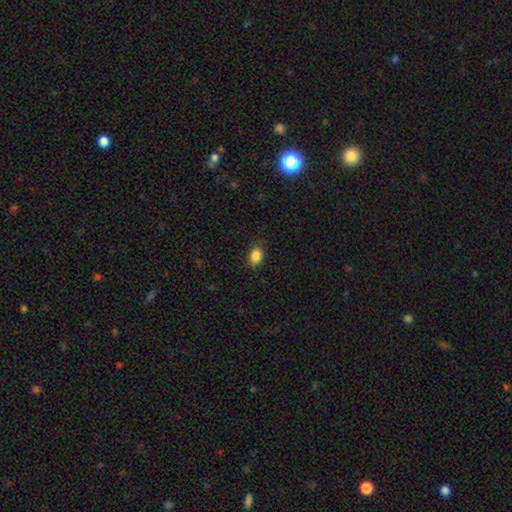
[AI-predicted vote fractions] This appears to be a smooth galaxy with no disk features (87%) that is in between round and cigar-shaped (75%). Merging: none (85%).